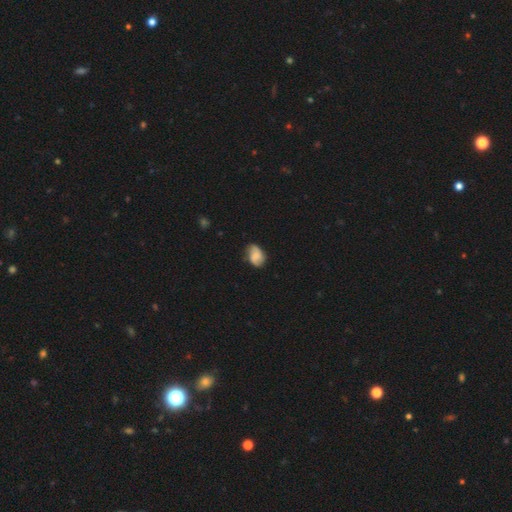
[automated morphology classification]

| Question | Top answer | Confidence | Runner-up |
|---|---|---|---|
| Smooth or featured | smooth | 56% | featured or disk (35%) |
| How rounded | in between | 76% | round (23%) |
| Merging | none | 64% | minor disturbance (28%) |